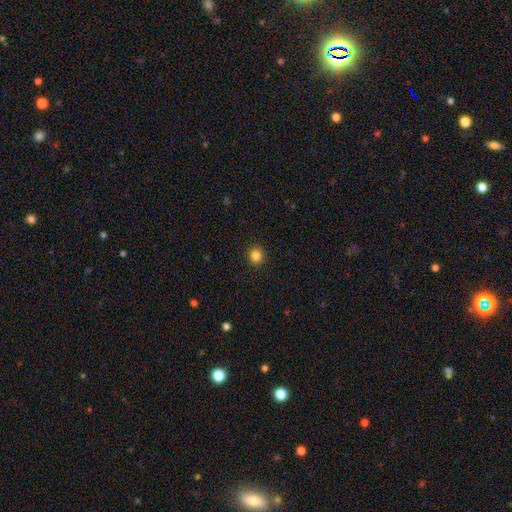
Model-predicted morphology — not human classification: smooth_or_featured: smooth (p=0.85) [alt: star or artifact p=0.11]
how_rounded: round (p=0.88) [alt: in between p=0.11]
merging: none (p=0.92) [alt: minor disturbance p=0.05]